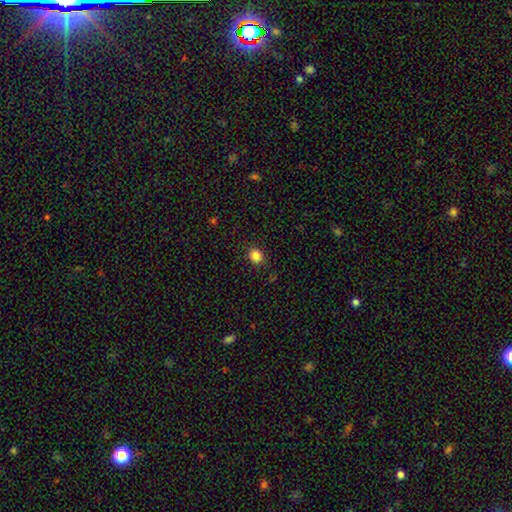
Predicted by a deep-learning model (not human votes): This appears to be a smooth galaxy with no disk features (85%) that is round (71%). Merging: none (89%).